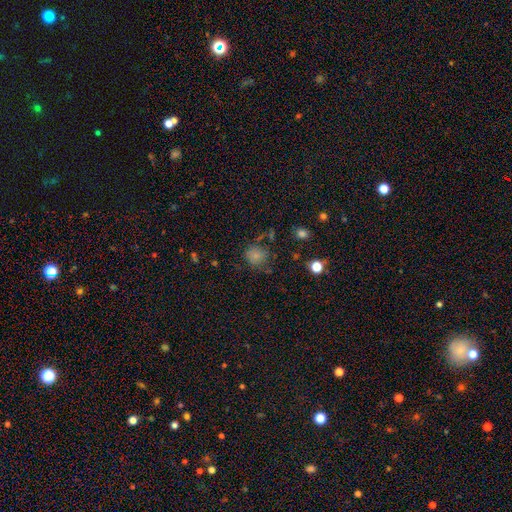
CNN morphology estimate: A smooth galaxy with no disk features (78%) that is round (81%).

Vote fractions:
- Smooth or featured? smooth: 78% / star or artifact: 15% / featured or disk: 8%
- How rounded? round: 81% / in between: 18% / cigar-shaped: 1%
- Merging? none: 69% / minor disturbance: 18% / major disturbance: 7% / merger: 6%